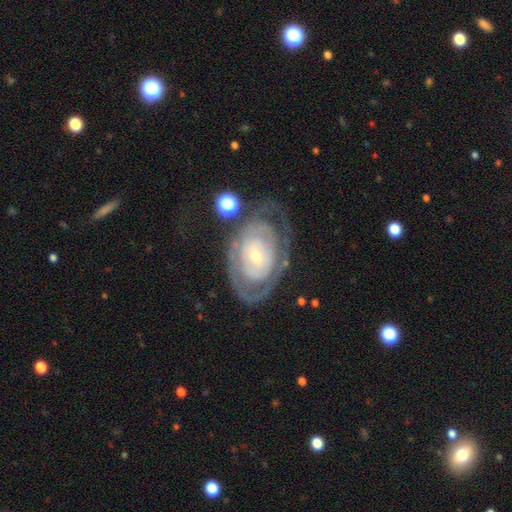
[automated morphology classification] Overall: featured or disk (78%). Edge-on disk: no (95%). Bar: no (80%). Spiral arms: yes (68%; no 32%). Spiral arm count: can't tell (51%; 2 23%). Spiral winding: tight (75%). Bulge size: small (68%). Merging: none (62%).